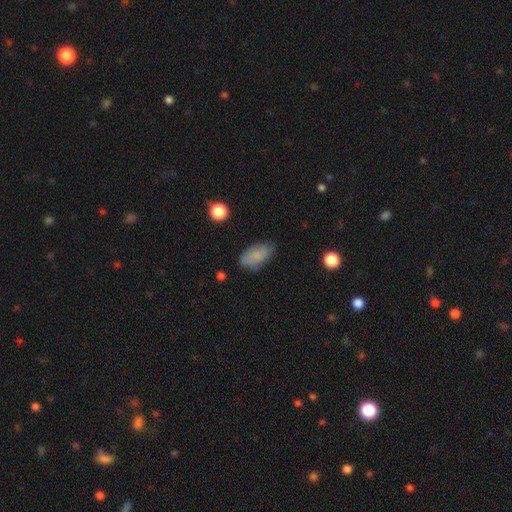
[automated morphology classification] Smooth or featured? Predicted: smooth (p=0.80). How rounded? Predicted: in between (p=0.92). Merging? Predicted: none (p=0.72).